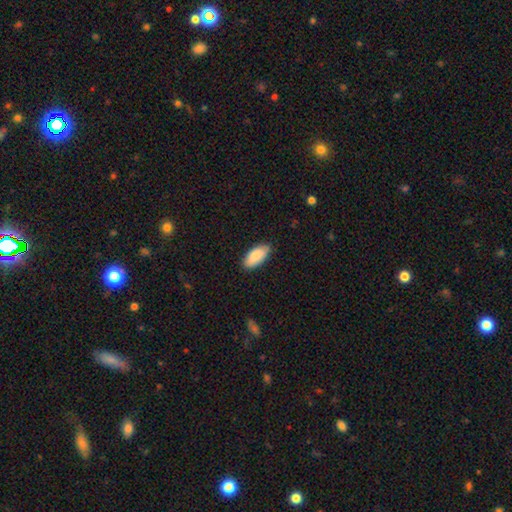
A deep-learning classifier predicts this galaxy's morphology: The model was most divided on "merging": none: 84%, minor disturbance: 13%, major disturbance: 2%, merger: 1%. More confident: how rounded — in between (91%); smooth or featured — smooth (87%).